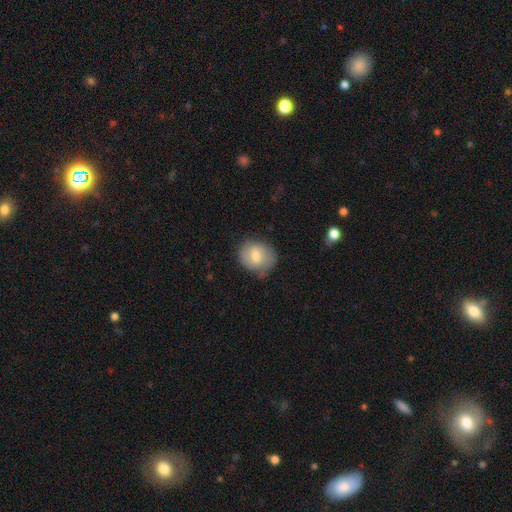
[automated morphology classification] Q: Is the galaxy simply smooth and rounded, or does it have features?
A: smooth — 61%.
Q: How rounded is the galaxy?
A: round — 71%.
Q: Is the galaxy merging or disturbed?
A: none — 61%.